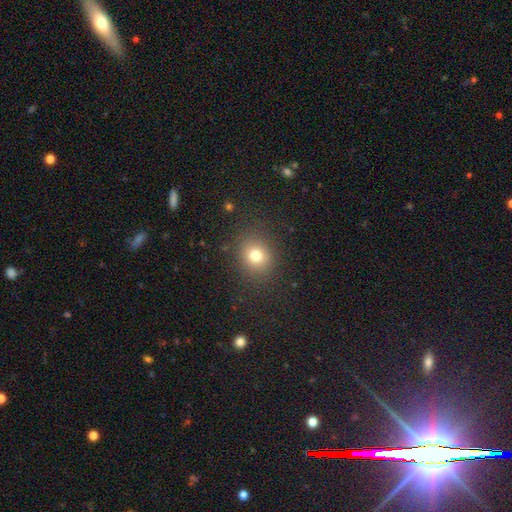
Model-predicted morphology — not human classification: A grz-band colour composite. It shows a smooth galaxy with no disk features (77%) that is round (73%). Merging: none (85%).